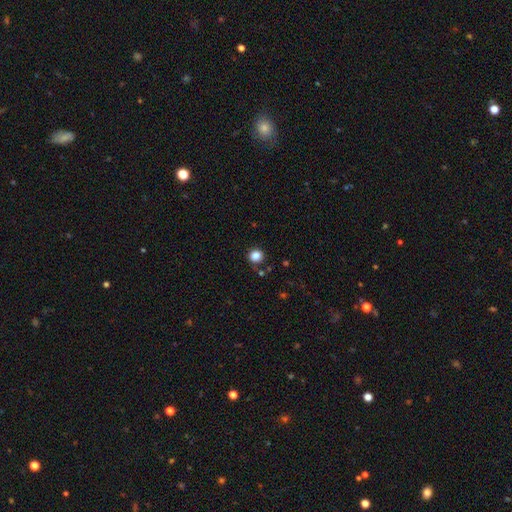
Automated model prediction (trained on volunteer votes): smooth 85%, star or artifact 11%, featured or disk 4%. Down the decision tree: how rounded — round (90%); merging — none (86%).